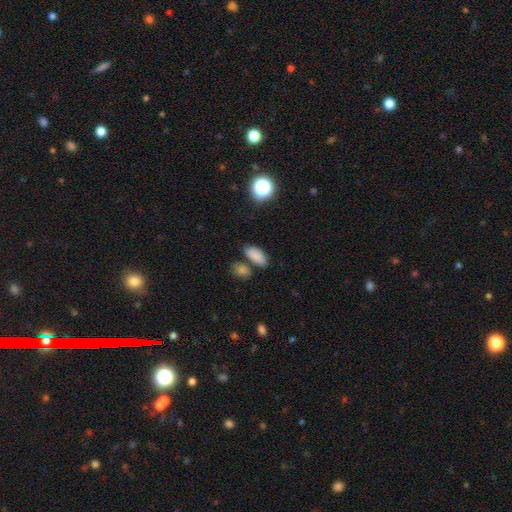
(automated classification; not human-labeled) The model was most divided on "merging": none: 67%, merger: 17%, minor disturbance: 12%, major disturbance: 4%. More confident: how rounded — in between (90%); smooth or featured — smooth (84%).